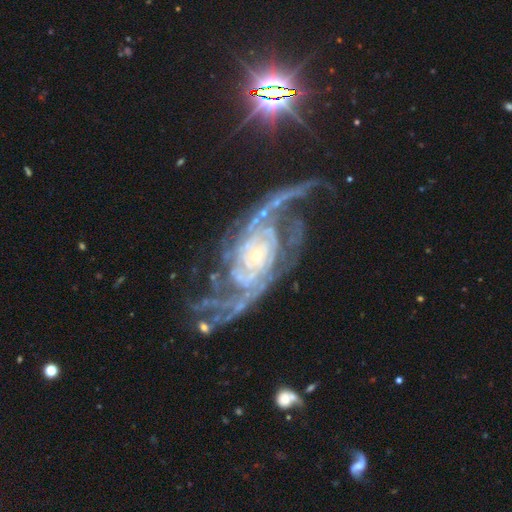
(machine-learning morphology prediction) A featured or disk galaxy (91%) with no bar (69%), 2 (41%) tight (43%) spiral arms (98%) and a small central bulge (78%).

Vote fractions:
- Smooth or featured? featured or disk: 91% / star or artifact: 6% / smooth: 3%
- Edge-on disk? no: 97% / yes: 3%
- Bar? no: 69% / weak: 20% / strong: 11%
- Spiral arms? yes: 98% / no: 2%
- Spiral winding? tight: 43% / medium: 40% / loose: 16%
- Spiral arm count? 2: 41% / can't tell: 15% / 3: 15% / 4: 11% / more than 4: 10% / 1: 8%
- Bulge size? small: 78% / moderate: 15% / large: 3% / none: 2% / dominant: 1%
- Merging? none: 56% / major disturbance: 23% / minor disturbance: 18% / merger: 4%